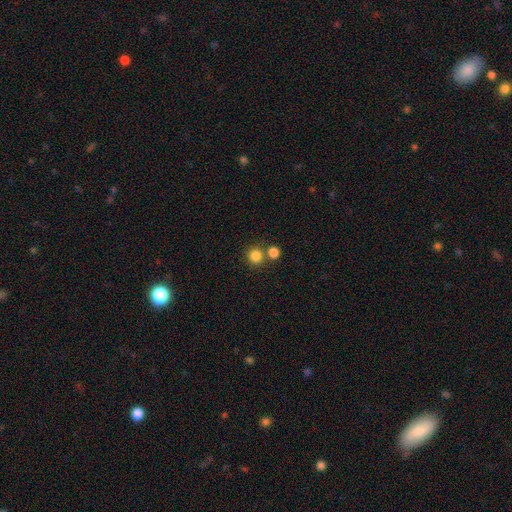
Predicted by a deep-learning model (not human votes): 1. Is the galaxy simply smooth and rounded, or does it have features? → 82% smooth, 13% star or artifact, 5% featured or disk.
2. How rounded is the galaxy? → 92% round, 7% in between, 1% cigar-shaped.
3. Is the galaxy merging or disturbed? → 68% none, 23% merger, 7% minor disturbance, 3% major disturbance.